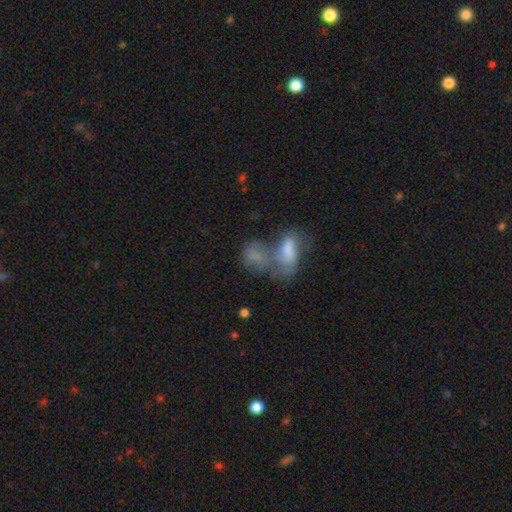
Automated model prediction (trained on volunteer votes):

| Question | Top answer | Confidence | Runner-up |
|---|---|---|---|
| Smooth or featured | smooth | 65% | featured or disk (23%) |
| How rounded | in between | 78% | round (17%) |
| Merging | merger | 68% | none (13%) |